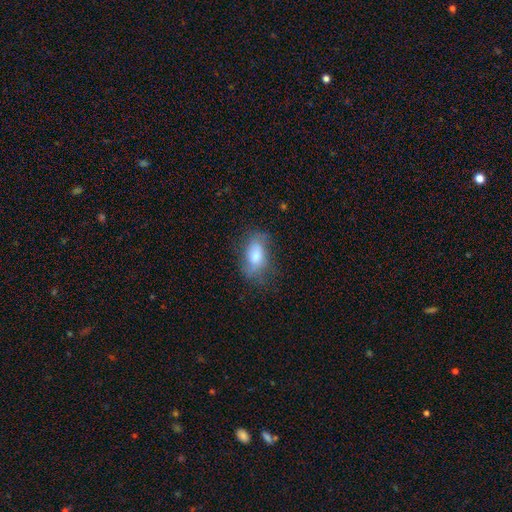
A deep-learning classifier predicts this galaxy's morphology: Smooth or featured? Predicted: smooth (p=0.69). How rounded? Predicted: in between (p=0.89). Merging? Predicted: none (p=0.53).